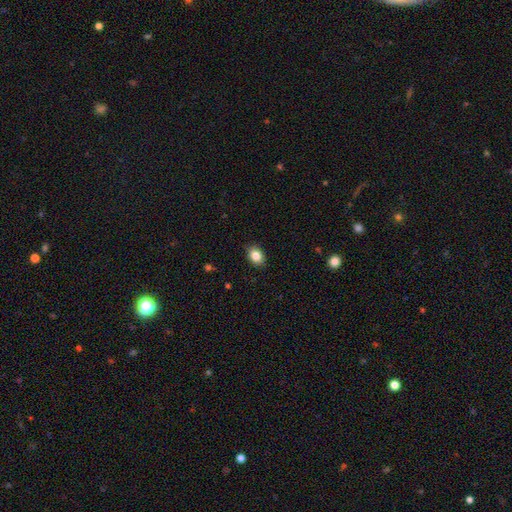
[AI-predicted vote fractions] The model was most divided on "how rounded": in between: 70%, round: 29%, cigar-shaped: 1%. More confident: merging — none (88%); smooth or featured — smooth (85%).